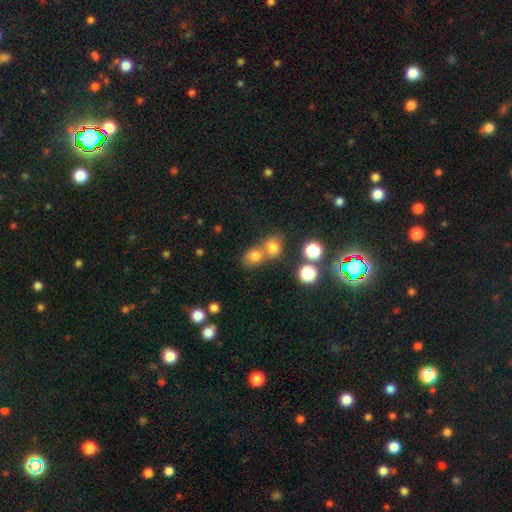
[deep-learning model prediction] Overall: smooth (72%). How rounded: round (71%). Merging: none (46%; merger 43%).